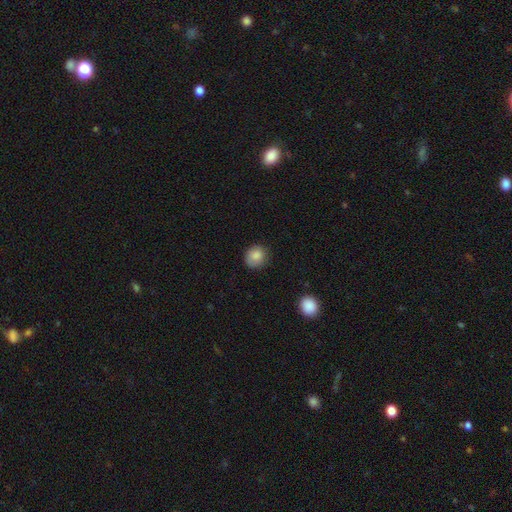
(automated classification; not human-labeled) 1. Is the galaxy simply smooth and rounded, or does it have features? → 86% smooth, 9% star or artifact, 5% featured or disk.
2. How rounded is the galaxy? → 80% round, 20% in between, 1% cigar-shaped.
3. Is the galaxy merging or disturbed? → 80% none, 15% minor disturbance, 3% major disturbance, 1% merger.